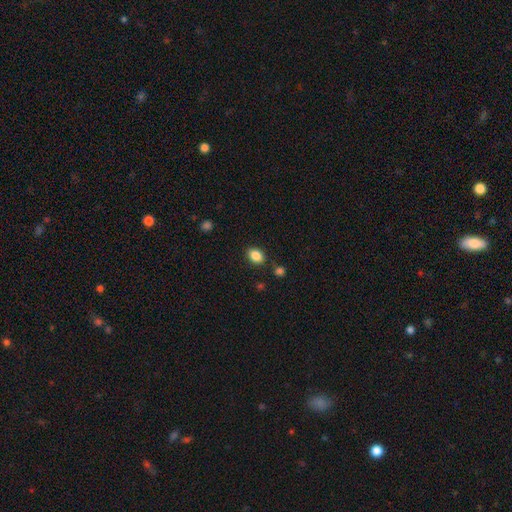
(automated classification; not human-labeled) smooth_or_featured: smooth (p=0.87) [alt: star or artifact p=0.09]
how_rounded: in between (p=0.72) [alt: round p=0.27]
merging: none (p=0.84) [alt: minor disturbance p=0.10]